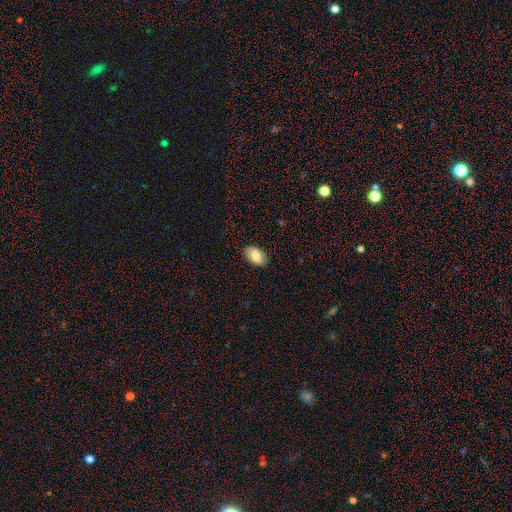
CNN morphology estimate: The model was most divided on "smooth or featured": smooth: 80%, featured or disk: 13%, star or artifact: 7%. More confident: how rounded — in between (92%); merging — none (87%).